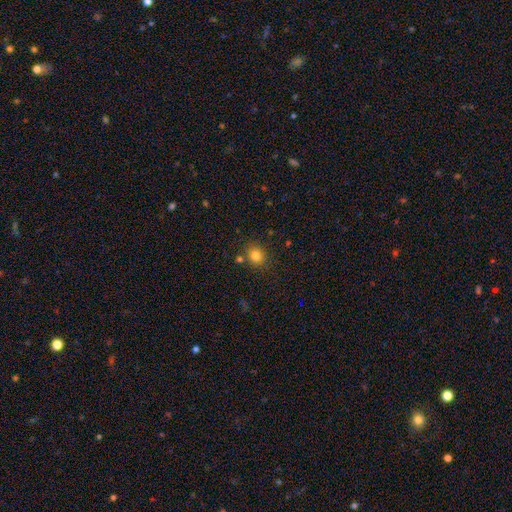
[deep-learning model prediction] smooth 81%, star or artifact 13%, featured or disk 6%. Down the decision tree: how rounded — round (74%); merging — none (79%).